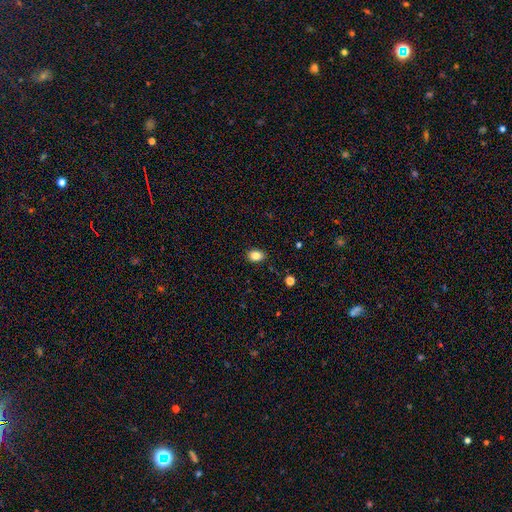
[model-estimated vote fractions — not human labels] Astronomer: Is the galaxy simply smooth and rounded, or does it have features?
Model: smooth — 85%.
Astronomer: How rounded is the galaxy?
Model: in between — 69%.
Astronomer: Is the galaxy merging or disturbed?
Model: none — 88%.